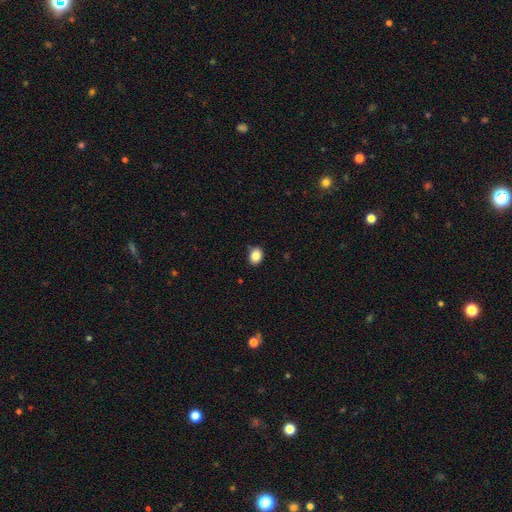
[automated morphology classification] A smooth galaxy with no disk features (86%) that is in between round and cigar-shaped (56%).

Vote fractions:
- Smooth or featured? smooth: 86% / star or artifact: 9% / featured or disk: 5%
- How rounded? in between: 56% / round: 43% / cigar-shaped: 1%
- Merging? none: 86% / minor disturbance: 10% / major disturbance: 2% / merger: 1%